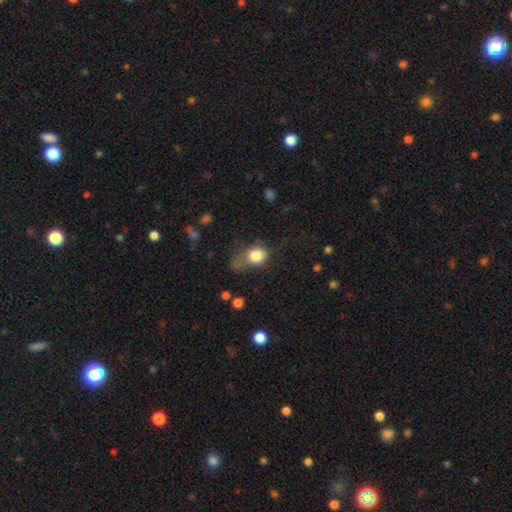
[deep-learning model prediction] Smooth or featured? smooth (81%)
How rounded? round (64%)
Merging? major disturbance (34%)